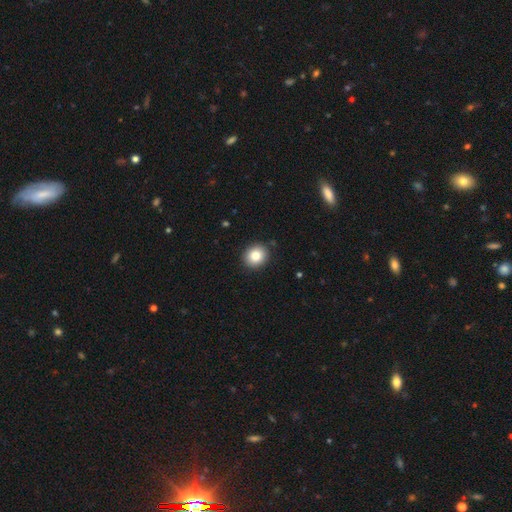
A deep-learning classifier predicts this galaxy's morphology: This appears to be a smooth galaxy with no disk features (82%) that is round (81%). Merging: none (90%).